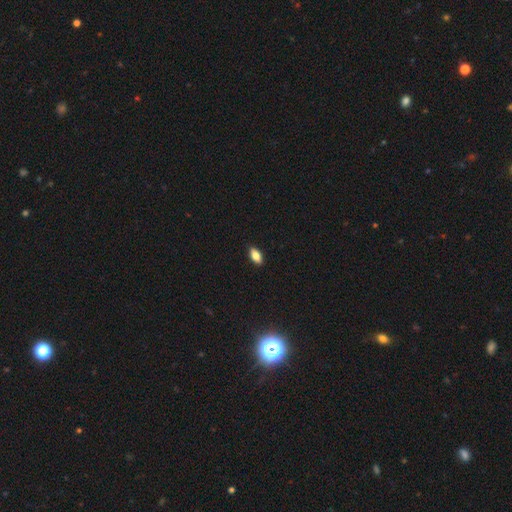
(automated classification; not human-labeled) Smooth or featured?
  - smooth: 80% *
  - featured or disk: 12%
  - star or artifact: 8%
How rounded?
  - in between: 89% *
  - cigar-shaped: 7%
  - round: 4%
Merging?
  - none: 90% *
  - minor disturbance: 7%
  - major disturbance: 2%
  - merger: 1%